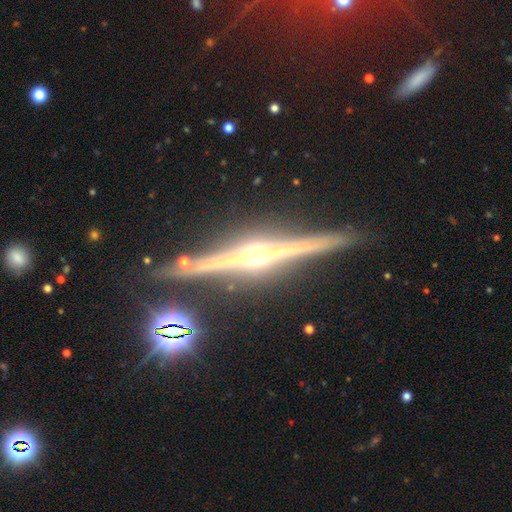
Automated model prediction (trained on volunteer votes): smooth-or-featured: featured or disk: 88% | star or artifact: 7% | smooth: 5%
  disk-edge-on: yes: 98% | no: 2%
    edge-on-bulge: rounded: 93% | boxy: 4% | none: 3%
  merging: none: 89% | minor disturbance: 7% | merger: 3% | major disturbance: 2%